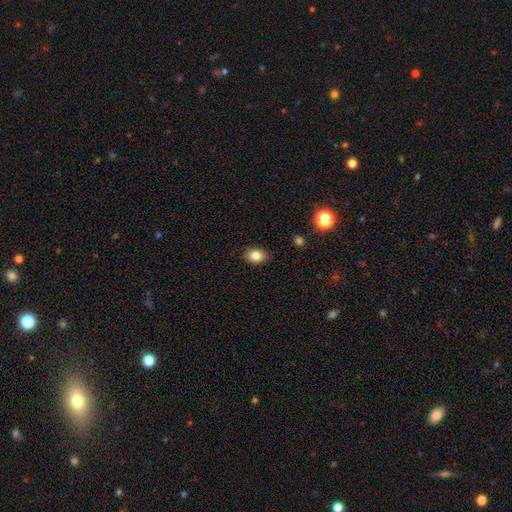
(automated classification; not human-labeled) This is clearly a smooth galaxy (83%). How rounded: likely in between (66%). Merging: clearly none (87%).